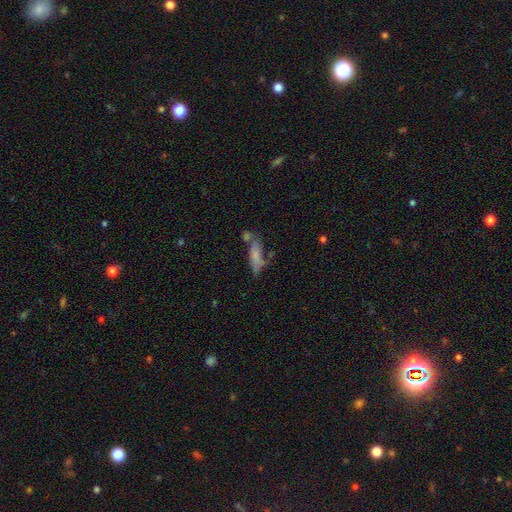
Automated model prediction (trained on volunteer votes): smooth 69%, featured or disk 23%, star or artifact 9%. Down the decision tree: how rounded — cigar-shaped (52%); merging — none (47%).